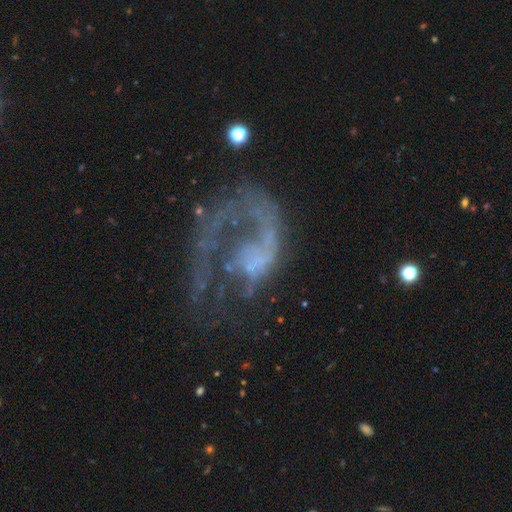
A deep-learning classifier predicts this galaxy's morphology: Overall: featured or disk (79%). Edge-on disk: no (98%). Bar: no (81%). Spiral arms: yes (71%). Spiral arm count: 1 (84%). Spiral winding: loose (50%; medium 30%). Bulge size: none (57%; small 25%). Merging: major disturbance (48%; none 33%).